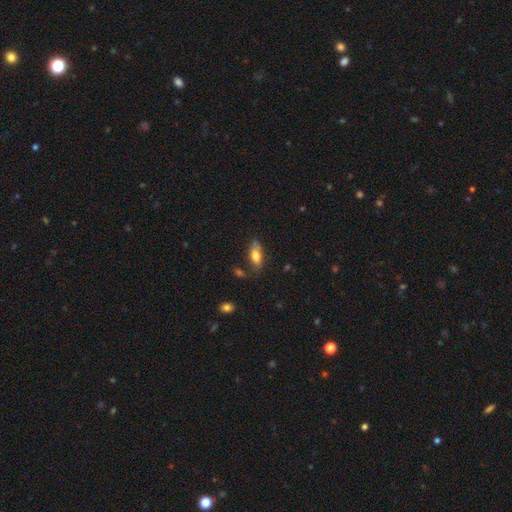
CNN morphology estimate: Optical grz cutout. It shows a smooth galaxy with no disk features (73%) that is in between round and cigar-shaped (80%). Merging: none (64%).